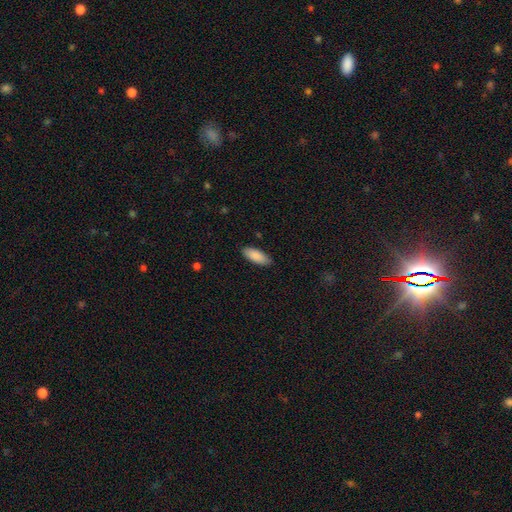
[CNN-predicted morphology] The model was most divided on "how rounded": in between: 77%, cigar-shaped: 21%, round: 2%. More confident: smooth or featured — smooth (89%); merging — none (88%).